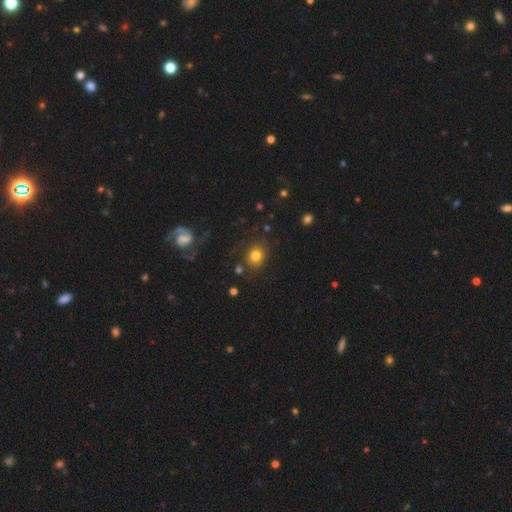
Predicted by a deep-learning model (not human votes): Smooth or featured: smooth — 75% (star or artifact — 13%)
How rounded: round — 77% (in between — 22%)
Merging: none — 74% (minor disturbance — 13%)